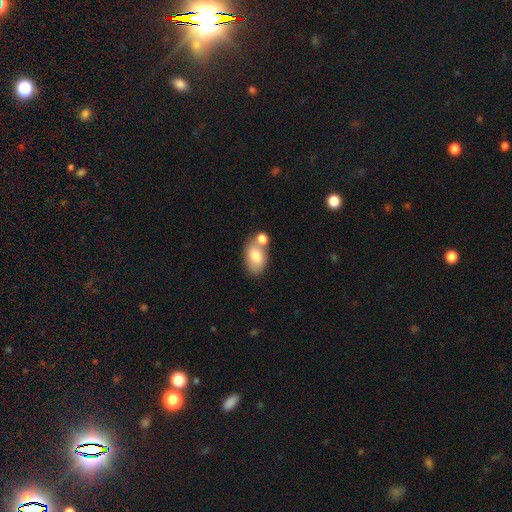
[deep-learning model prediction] Smooth or featured? smooth (75%)
How rounded? in between (87%)
Merging? none (41%)